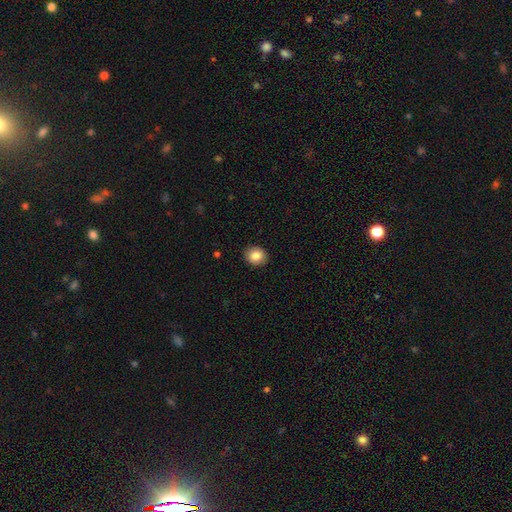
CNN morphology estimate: This appears to be a smooth galaxy with no disk features (84%) that is round (70%). Merging: none (91%).